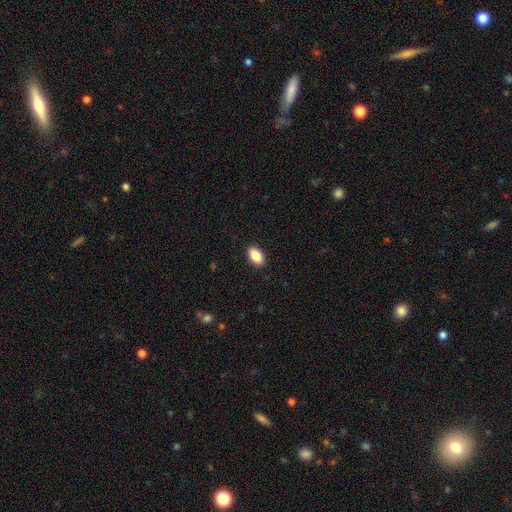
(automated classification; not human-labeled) A smooth galaxy with no disk features (88%) that is in between round and cigar-shaped (92%). Merging: none (90%).